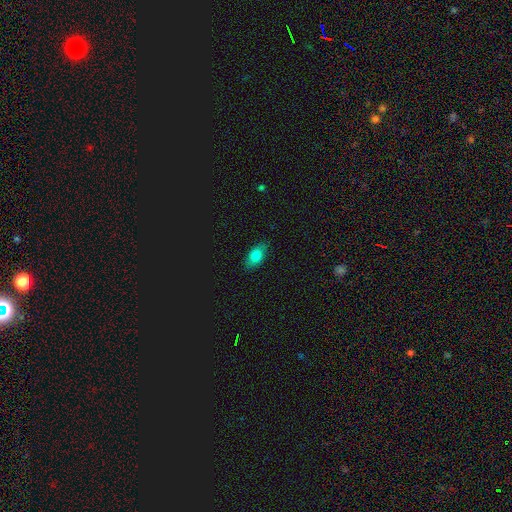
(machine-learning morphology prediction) smooth_or_featured: smooth (p=0.78) [alt: featured or disk p=0.12]
how_rounded: in between (p=0.87) [alt: round p=0.07]
merging: none (p=0.83) [alt: minor disturbance p=0.13]